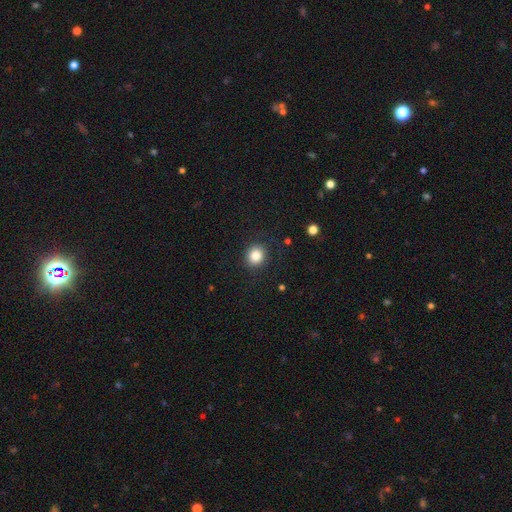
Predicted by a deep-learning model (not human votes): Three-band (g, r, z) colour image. It shows a smooth galaxy with no disk features (84%) that is round (84%). Merging: none (89%).